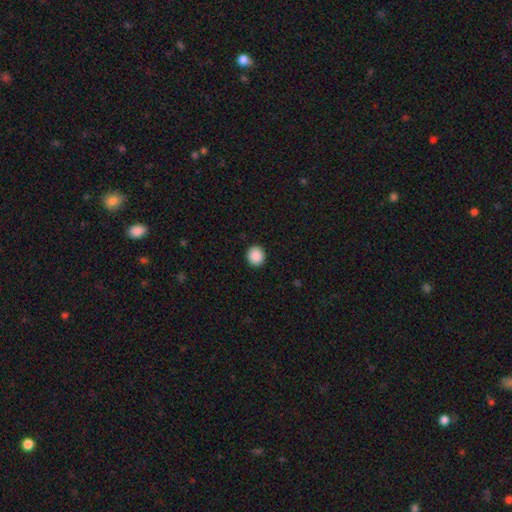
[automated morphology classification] The model was most divided on "how rounded": round: 87%, in between: 12%, cigar-shaped: 1%. More confident: merging — none (92%); smooth or featured — smooth (89%).